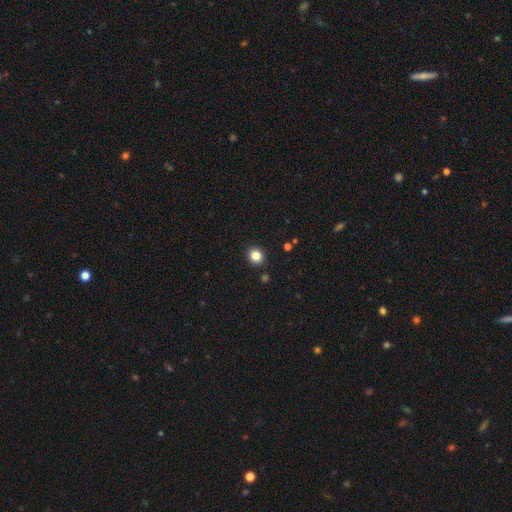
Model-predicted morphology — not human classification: This appears to be a smooth galaxy with no disk features (84%) that is round (81%). Merging: none (90%).